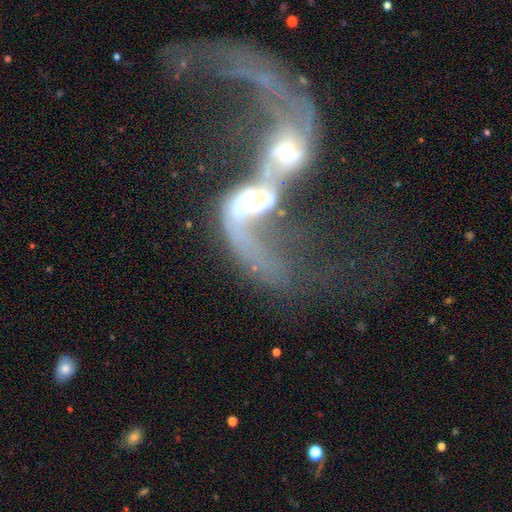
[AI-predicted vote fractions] The model was most divided on "bulge size": moderate: 44%, small: 37%, large: 8%, none: 7%, dominant: 3%. More confident: edge-on disk — no (96%); spiral winding — loose (88%); smooth or featured — featured or disk (83%); spiral arms — yes (83%); merging — merger (79%); spiral arm count — 2 (78%); bar — no (55%).